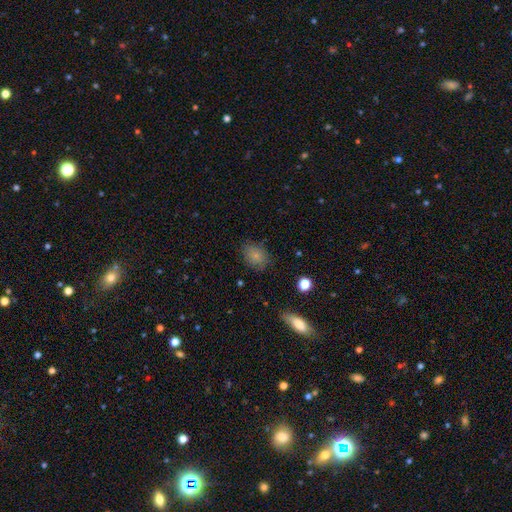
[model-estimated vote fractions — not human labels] This is clearly a smooth galaxy (80%). How rounded: likely in between (68%). Merging: likely none (77%).